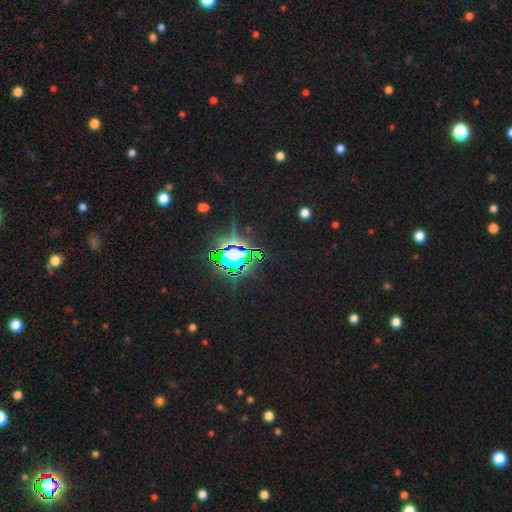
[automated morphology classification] A star or artifact, not a galaxy (76%).